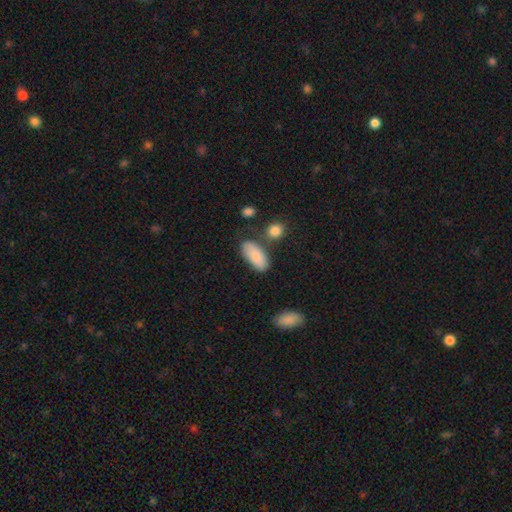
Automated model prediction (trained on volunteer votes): A smooth galaxy with no disk features (84%) that is in between round and cigar-shaped (89%).

Vote fractions:
- Smooth or featured? smooth: 84% / featured or disk: 9% / star or artifact: 6%
- How rounded? in between: 89% / cigar-shaped: 8% / round: 3%
- Merging? none: 65% / minor disturbance: 19% / merger: 10% / major disturbance: 6%